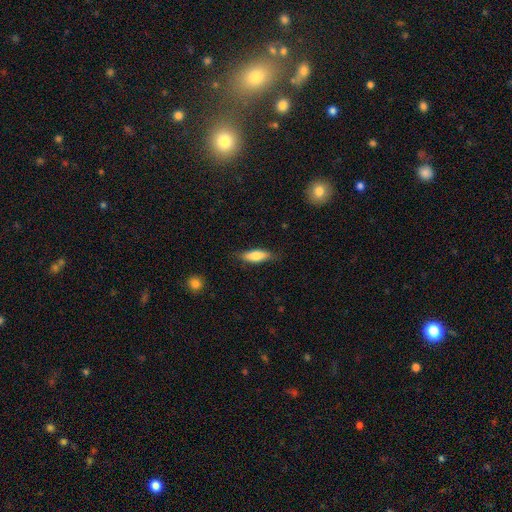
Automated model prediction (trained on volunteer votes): smooth 74%, featured or disk 19%, star or artifact 6%. Down the decision tree: how rounded — in between (60%); merging — none (80%).